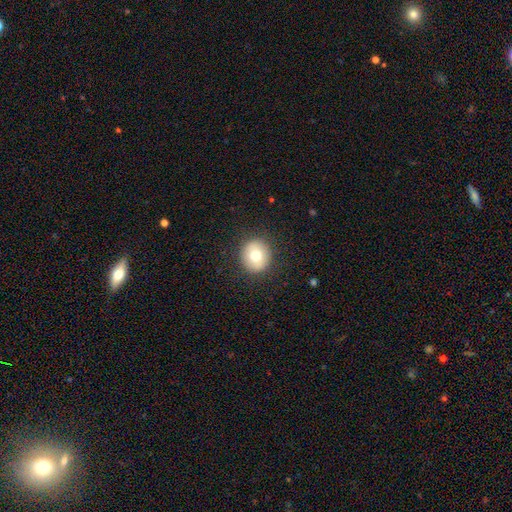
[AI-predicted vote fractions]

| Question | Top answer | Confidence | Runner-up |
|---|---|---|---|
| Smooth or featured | smooth | 73% | featured or disk (18%) |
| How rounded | round | 83% | in between (17%) |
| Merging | none | 88% | minor disturbance (8%) |